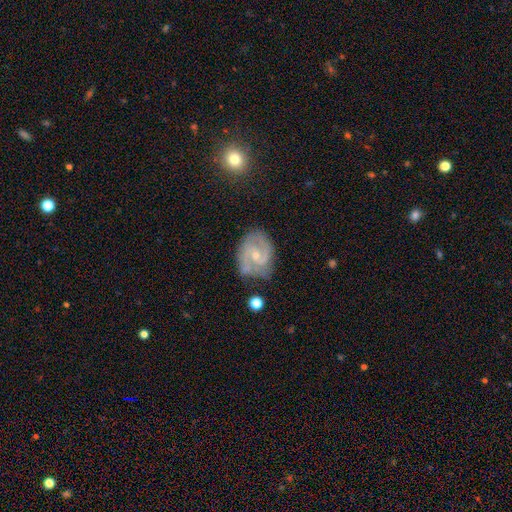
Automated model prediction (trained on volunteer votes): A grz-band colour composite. It shows a featured or disk galaxy (85%) with a weak bar (49%), 2 (82%) medium (51%) spiral arms (96%) and a small central bulge (58%). Merging: none (69%).